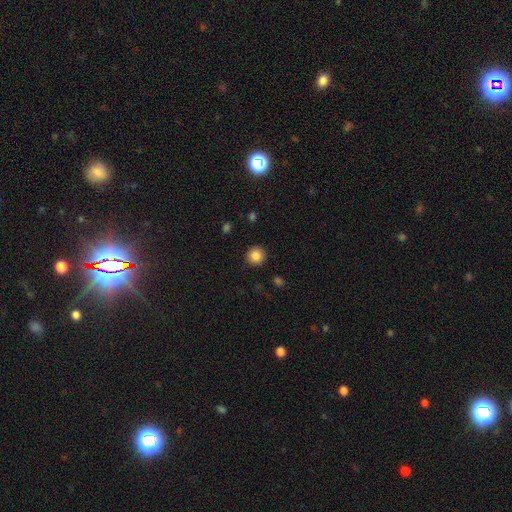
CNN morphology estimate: smooth-or-featured: smooth: 86% | star or artifact: 10% | featured or disk: 4%
  how-rounded: round: 95% | in between: 4% | cigar-shaped: 1%
  merging: none: 92% | minor disturbance: 5% | major disturbance: 2% | merger: 1%